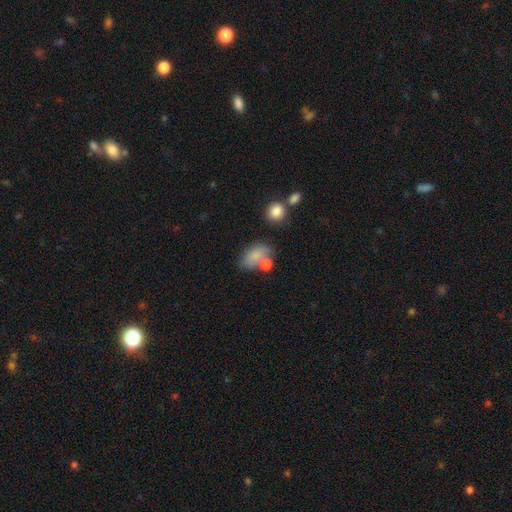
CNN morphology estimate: smooth_or_featured: smooth (p=0.78) [alt: featured or disk p=0.12]
how_rounded: in between (p=0.83) [alt: round p=0.15]
merging: none (p=0.49) [alt: merger p=0.22]